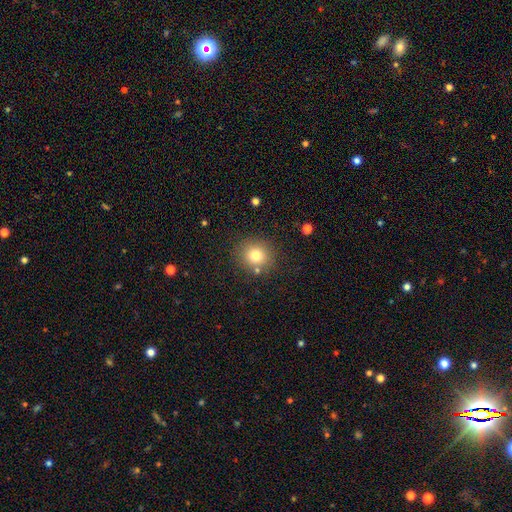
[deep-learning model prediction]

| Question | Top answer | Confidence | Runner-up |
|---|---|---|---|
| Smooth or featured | smooth | 78% | star or artifact (13%) |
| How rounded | round | 86% | in between (13%) |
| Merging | none | 82% | minor disturbance (9%) |